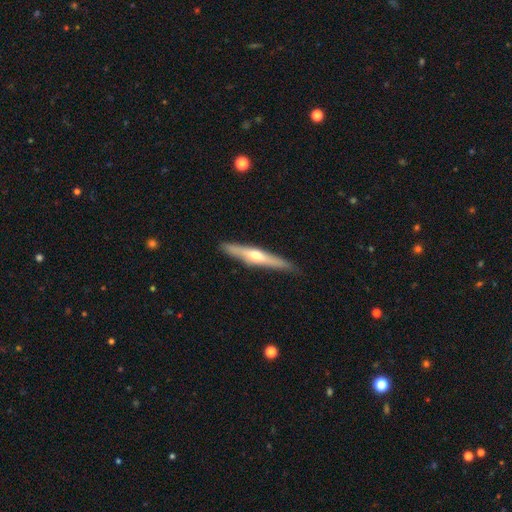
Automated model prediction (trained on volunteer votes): A featured or disk galaxy (61%) viewed edge-on (95%) with a rounded central bulge (86%). Merging: none (86%).